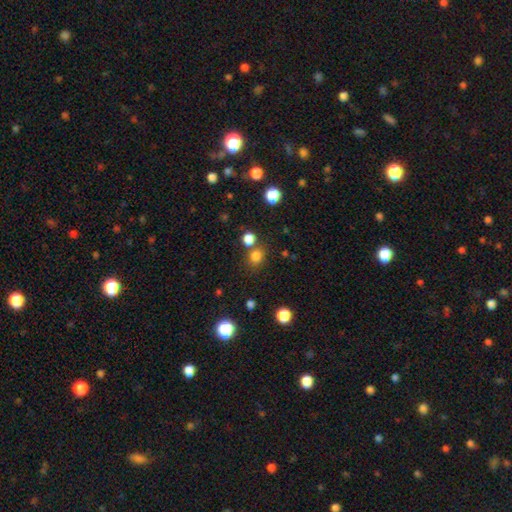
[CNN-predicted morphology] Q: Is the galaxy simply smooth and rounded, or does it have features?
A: smooth — 78%.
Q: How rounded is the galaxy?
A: round — 73%.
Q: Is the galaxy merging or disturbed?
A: none — 68%.